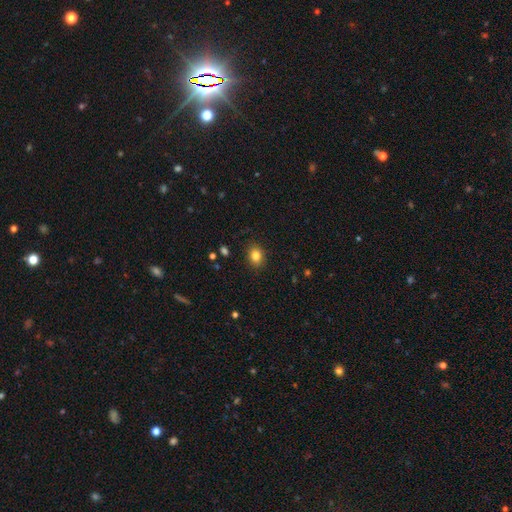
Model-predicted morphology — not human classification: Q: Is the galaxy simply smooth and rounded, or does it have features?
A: smooth — 84%.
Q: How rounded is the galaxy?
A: in between — 53%.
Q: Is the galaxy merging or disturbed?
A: none — 87%.